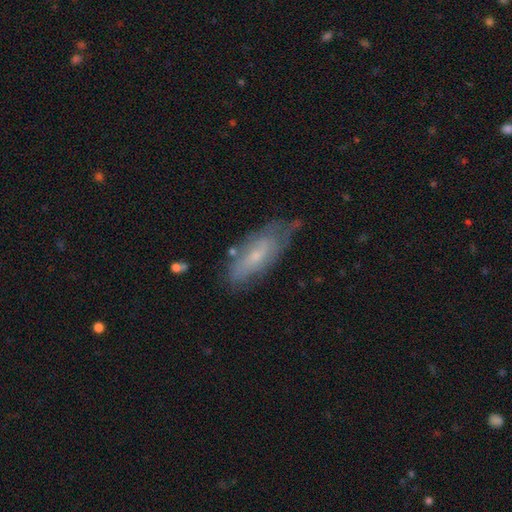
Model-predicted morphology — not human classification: Smooth or featured? Predicted: featured or disk (p=0.48). Merging? Predicted: none (p=0.55).